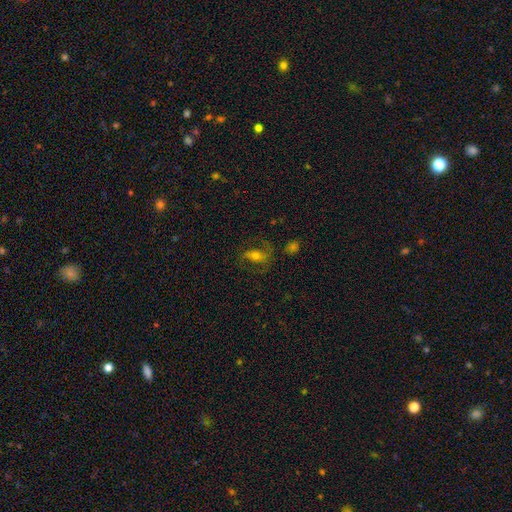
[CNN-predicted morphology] Smooth or featured? Predicted: featured or disk (p=0.52). Edge-on disk? Predicted: no (p=0.92). Merging? Predicted: none (p=0.63).